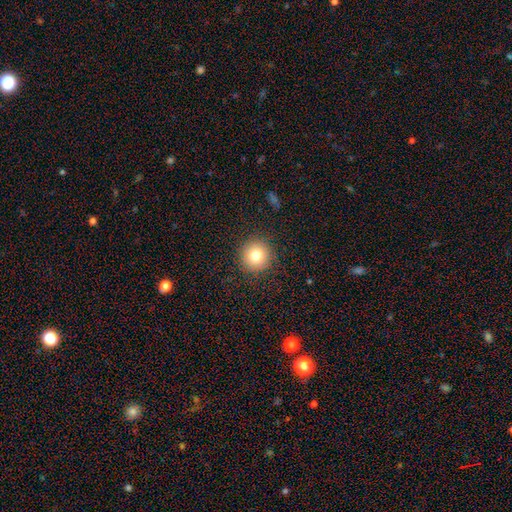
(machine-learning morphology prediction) Smooth or featured? Predicted: smooth (p=0.79). How rounded? Predicted: round (p=0.94). Merging? Predicted: none (p=0.90).